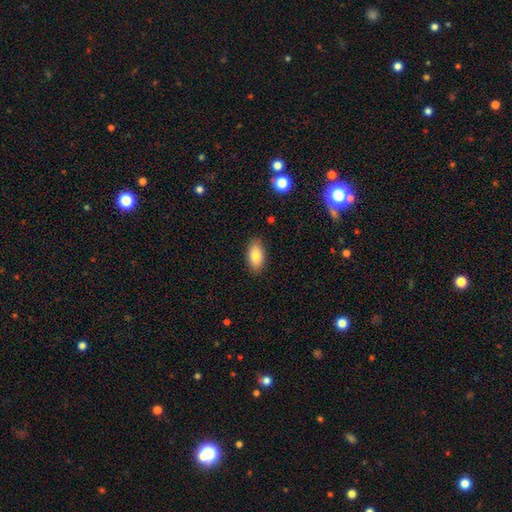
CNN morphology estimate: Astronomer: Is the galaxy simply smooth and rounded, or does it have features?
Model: smooth — 84%.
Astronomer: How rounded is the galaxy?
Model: in between — 92%.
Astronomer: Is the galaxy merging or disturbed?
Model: none — 87%.